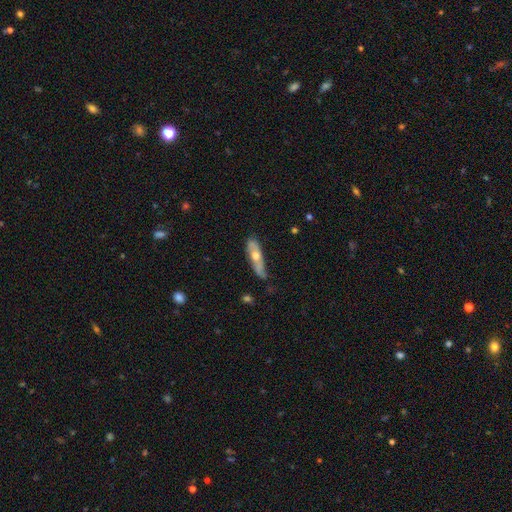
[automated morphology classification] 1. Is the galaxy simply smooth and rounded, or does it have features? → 48% featured or disk, 46% smooth, 6% star or artifact.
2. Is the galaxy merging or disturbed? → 64% none, 27% minor disturbance, 6% major disturbance, 2% merger.